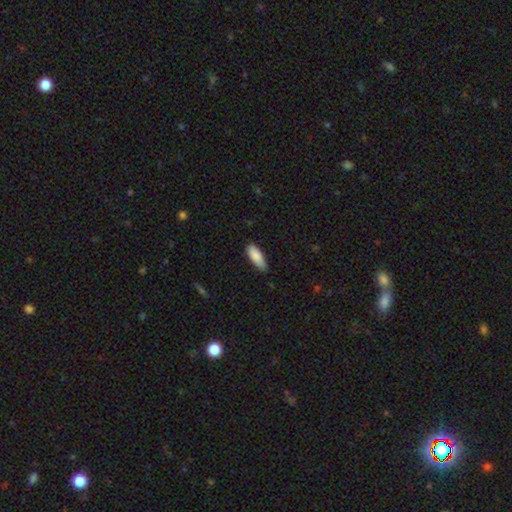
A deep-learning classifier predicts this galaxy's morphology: Smooth or featured?
  - smooth: 88% *
  - featured or disk: 6%
  - star or artifact: 6%
How rounded?
  - in between: 70% *
  - cigar-shaped: 28%
  - round: 2%
Merging?
  - none: 69% *
  - minor disturbance: 27%
  - major disturbance: 3%
  - merger: 1%